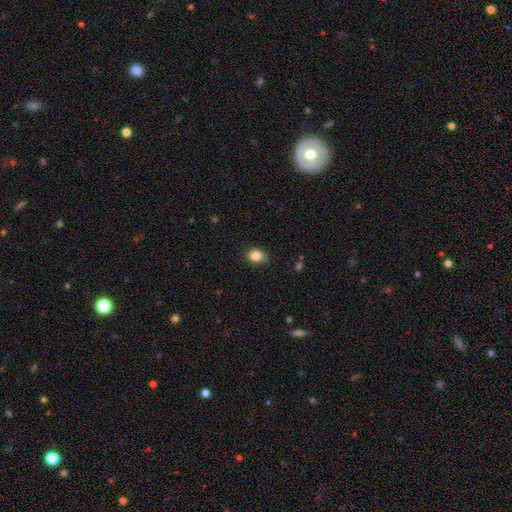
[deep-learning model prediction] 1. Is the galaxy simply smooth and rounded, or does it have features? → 86% smooth, 9% star or artifact, 5% featured or disk.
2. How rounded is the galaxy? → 57% in between, 42% round, 1% cigar-shaped.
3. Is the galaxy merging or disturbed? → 82% none, 15% minor disturbance, 3% major disturbance, 1% merger.